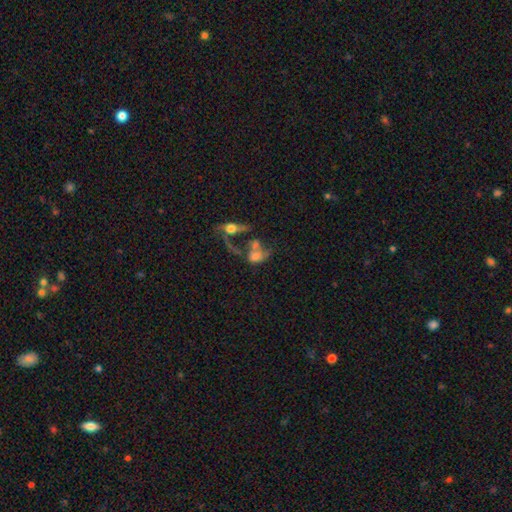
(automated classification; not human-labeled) Smooth or featured?
  - smooth: 45% *
  - featured or disk: 42%
  - star or artifact: 13%
Merging?
  - merger: 58% *
  - major disturbance: 21%
  - none: 13%
  - minor disturbance: 8%